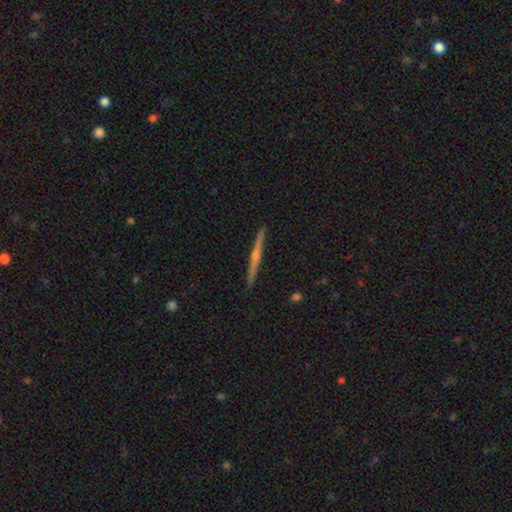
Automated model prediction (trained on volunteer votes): A featured or disk galaxy (69%) viewed edge-on (97%) with a rounded central bulge (67%).

Vote fractions:
- Smooth or featured? featured or disk: 69% / smooth: 21% / star or artifact: 10%
- Edge-on disk? yes: 97% / no: 3%
- Edge-on bulge? rounded: 67% / none: 25% / boxy: 8%
- Merging? none: 90% / minor disturbance: 7% / major disturbance: 2% / merger: 1%